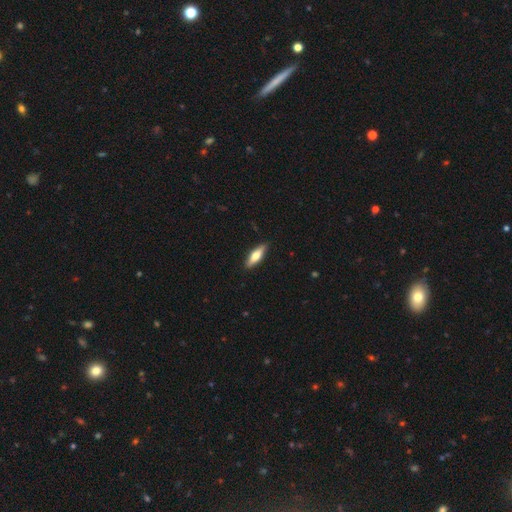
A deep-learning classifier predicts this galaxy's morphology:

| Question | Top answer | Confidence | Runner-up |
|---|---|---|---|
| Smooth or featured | smooth | 63% | featured or disk (32%) |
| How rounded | cigar-shaped | 53% | in between (45%) |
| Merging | none | 88% | minor disturbance (10%) |